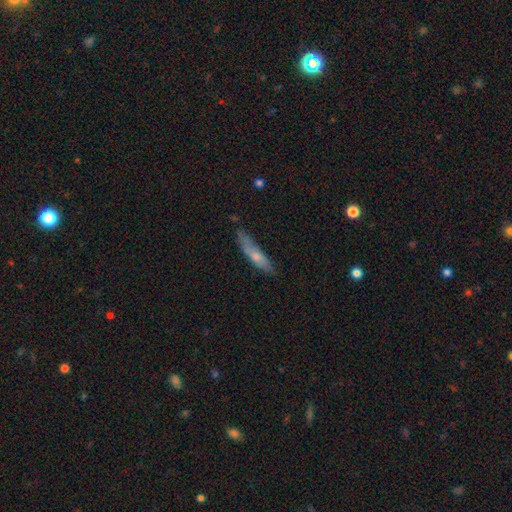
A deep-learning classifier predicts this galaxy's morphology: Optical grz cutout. It shows a smooth galaxy with no disk features (64%) that is cigar-shaped (78%). Merging: none (60%).